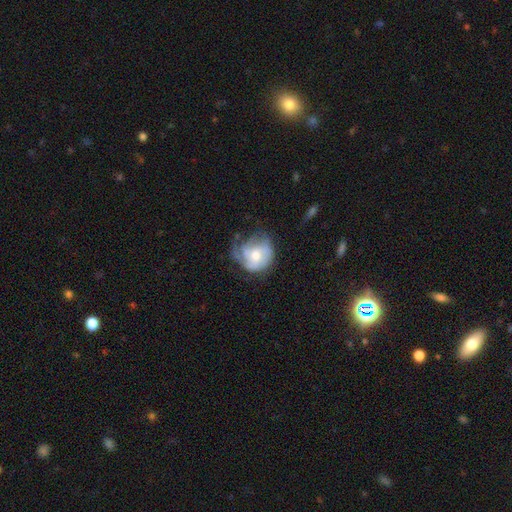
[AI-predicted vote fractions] featured or disk 60%, smooth 33%, star or artifact 7%. Down the decision tree: edge-on disk — no (98%); bar — no (73%); spiral arms — yes (78%); bulge size — moderate (60%); merging — none (41%).